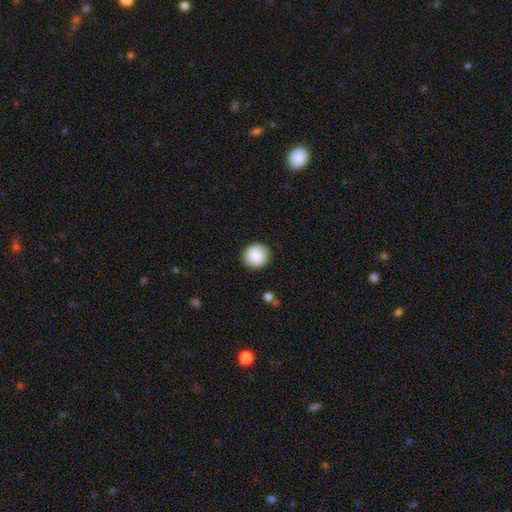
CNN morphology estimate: The model was most divided on "smooth or featured": smooth: 84%, featured or disk: 8%, star or artifact: 7%. More confident: how rounded — round (90%); merging — none (88%).